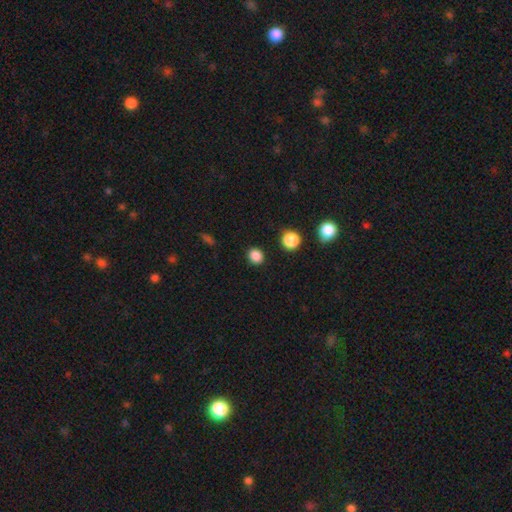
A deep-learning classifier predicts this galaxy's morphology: Smooth or featured? Predicted: smooth (p=0.85). How rounded? Predicted: round (p=0.73). Merging? Predicted: none (p=0.89).